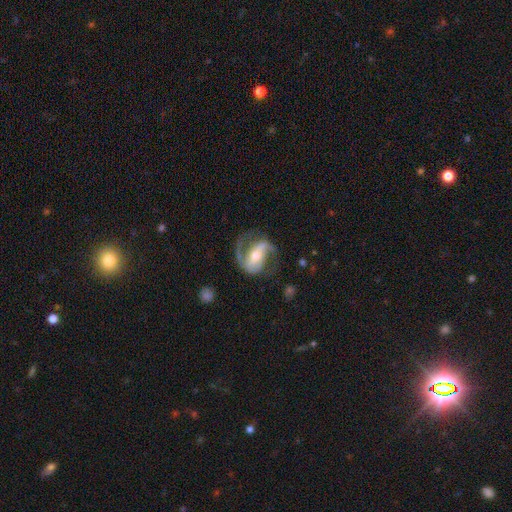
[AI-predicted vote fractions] Smooth or featured: featured or disk — 88% (smooth — 8%)
Edge-on disk: no — 97% (yes — 3%)
Bar: strong — 51% (weak — 31%)
Spiral arms: yes — 95% (no — 5%)
Spiral winding: medium — 53% (loose — 31%)
Spiral arm count: 2 — 88% (1 — 6%)
Bulge size: moderate — 57% (small — 36%)
Merging: none — 68% (minor disturbance — 16%)